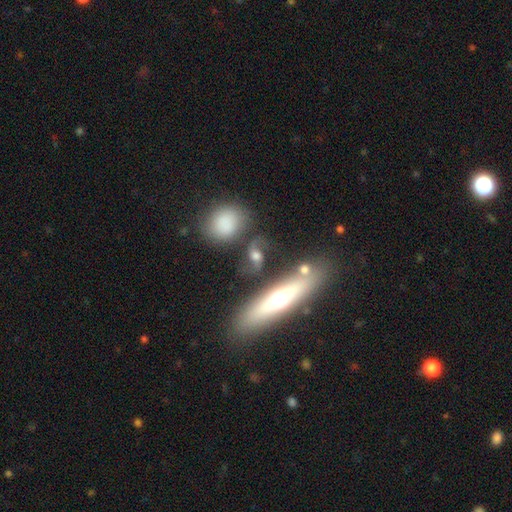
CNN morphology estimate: A smooth galaxy with no disk features (46%).

Vote fractions:
- Smooth or featured? smooth: 46% / featured or disk: 42% / star or artifact: 12%
- Merging? none: 62% / minor disturbance: 15% / merger: 14% / major disturbance: 9%